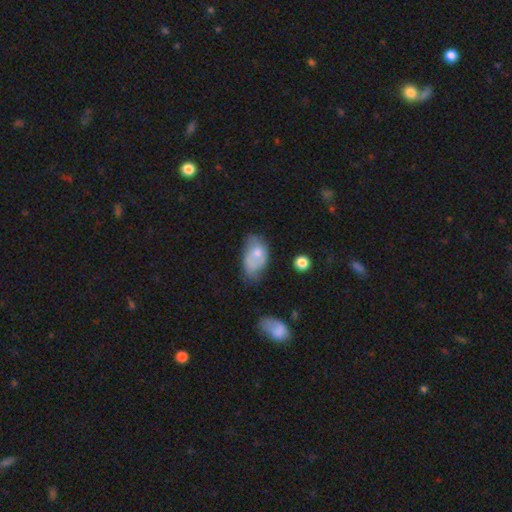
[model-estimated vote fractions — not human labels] Smooth or featured? Predicted: smooth (p=0.63). How rounded? Predicted: in between (p=0.90). Merging? Predicted: minor disturbance (p=0.37).